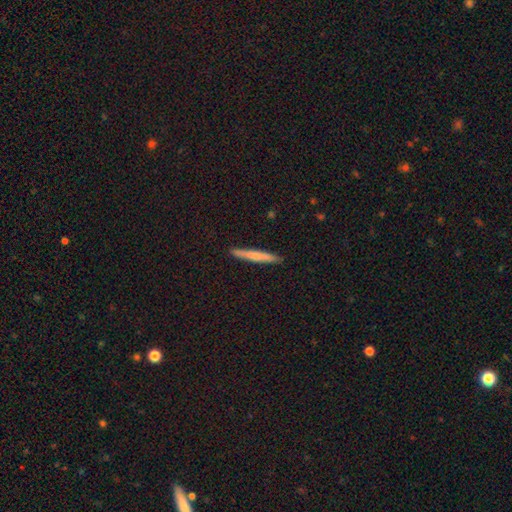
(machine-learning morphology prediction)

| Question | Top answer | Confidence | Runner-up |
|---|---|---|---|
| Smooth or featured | smooth | 64% | featured or disk (31%) |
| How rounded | cigar-shaped | 96% | in between (3%) |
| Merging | none | 91% | minor disturbance (7%) |